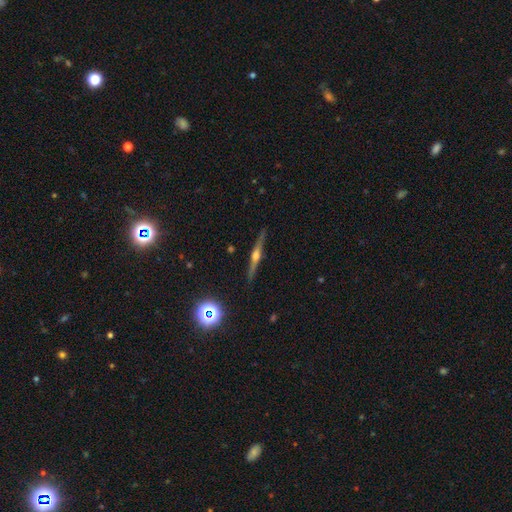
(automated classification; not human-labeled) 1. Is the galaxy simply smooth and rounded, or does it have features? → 77% featured or disk, 15% smooth, 8% star or artifact.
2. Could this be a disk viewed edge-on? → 98% yes, 2% no.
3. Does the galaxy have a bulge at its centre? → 92% rounded, 5% boxy, 3% none.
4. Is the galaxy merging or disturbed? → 90% none, 8% minor disturbance, 2% major disturbance, 1% merger.